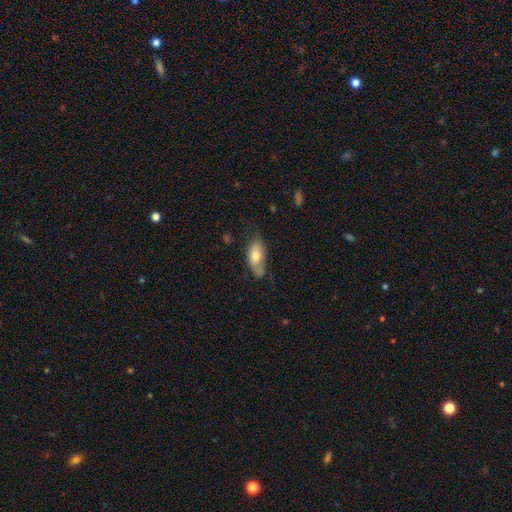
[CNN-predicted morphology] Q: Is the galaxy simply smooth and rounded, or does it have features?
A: smooth — 65%.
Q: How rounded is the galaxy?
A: in between — 88%.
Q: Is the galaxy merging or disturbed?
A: none — 47%.